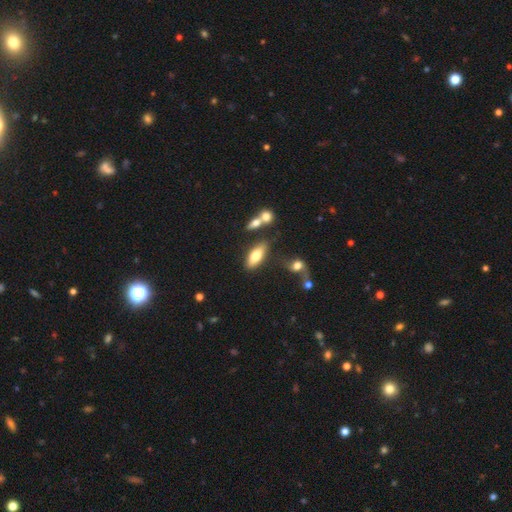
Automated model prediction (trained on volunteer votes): The model was most divided on "smooth or featured": smooth: 71%, featured or disk: 22%, star or artifact: 7%. More confident: how rounded — in between (79%); merging — none (68%).